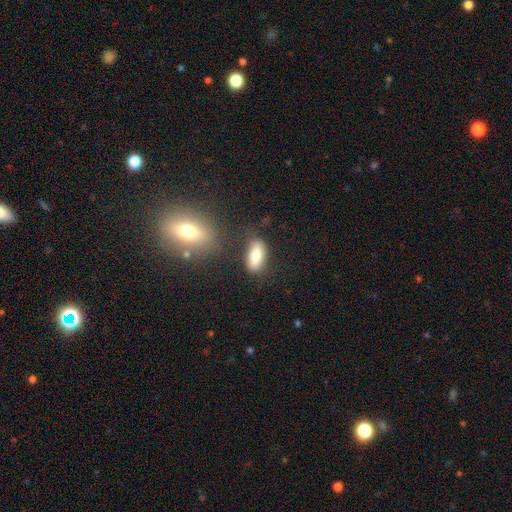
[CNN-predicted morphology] Smooth or featured?
  - smooth: 82% *
  - featured or disk: 10%
  - star or artifact: 8%
How rounded?
  - in between: 85% *
  - cigar-shaped: 11%
  - round: 4%
Merging?
  - none: 74% *
  - minor disturbance: 15%
  - merger: 6%
  - major disturbance: 5%